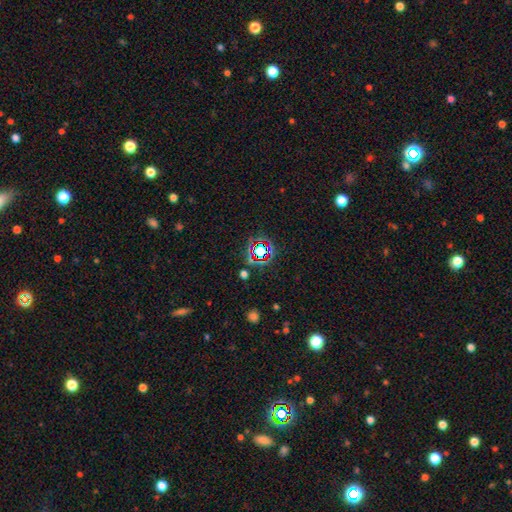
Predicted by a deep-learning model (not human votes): Smooth or featured? star or artifact (68%)